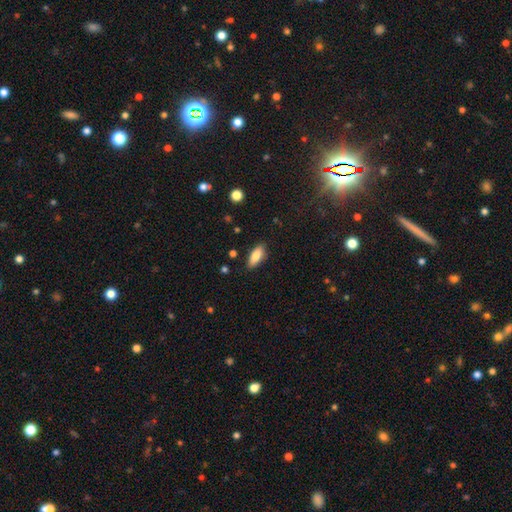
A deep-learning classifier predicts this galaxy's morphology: Smooth or featured?
  - smooth: 79% *
  - featured or disk: 14%
  - star or artifact: 7%
How rounded?
  - in between: 78% *
  - cigar-shaped: 20%
  - round: 2%
Merging?
  - none: 84% *
  - minor disturbance: 12%
  - major disturbance: 2%
  - merger: 2%